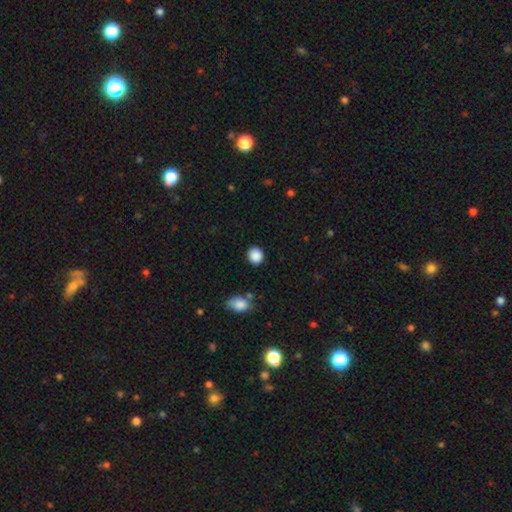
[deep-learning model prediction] Smooth or featured?
  - smooth: 89% *
  - star or artifact: 9%
  - featured or disk: 3%
How rounded?
  - round: 79% *
  - in between: 20%
  - cigar-shaped: 1%
Merging?
  - none: 88% *
  - minor disturbance: 7%
  - major disturbance: 3%
  - merger: 2%